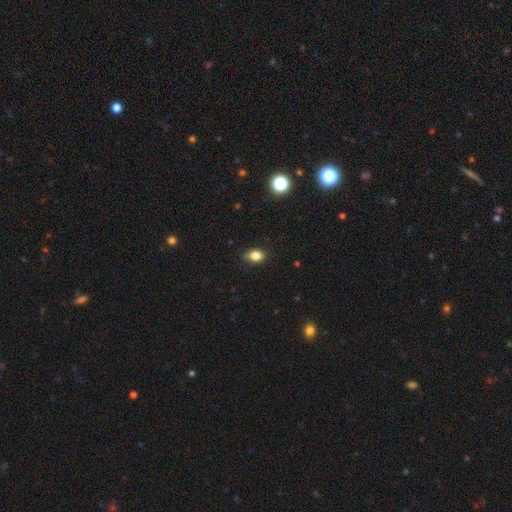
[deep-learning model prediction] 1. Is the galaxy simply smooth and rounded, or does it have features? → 83% smooth, 11% star or artifact, 6% featured or disk.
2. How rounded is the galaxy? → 76% in between, 23% round, 2% cigar-shaped.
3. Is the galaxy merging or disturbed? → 82% none, 14% minor disturbance, 2% major disturbance, 1% merger.